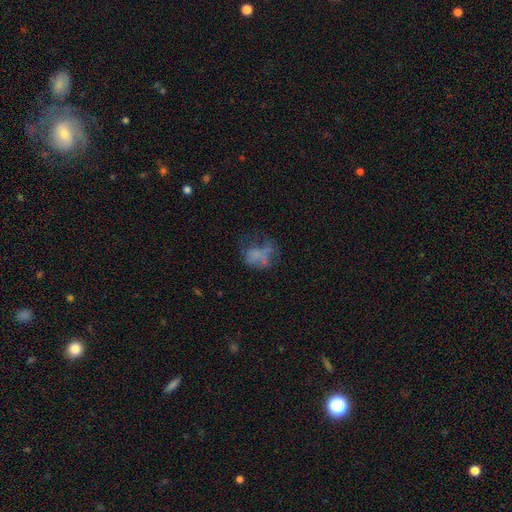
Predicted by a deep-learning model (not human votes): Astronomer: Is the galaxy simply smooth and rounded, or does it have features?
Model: smooth — 47% (runner-up: featured or disk, 36%).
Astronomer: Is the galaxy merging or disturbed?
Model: major disturbance — 37% (runner-up: none, 35%).